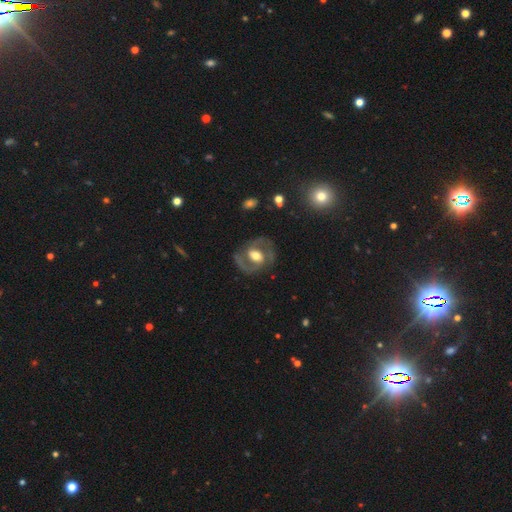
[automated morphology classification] This appears to be a featured or disk galaxy (79%) with a weak bar (44%), 2 (88%) medium (56%) spiral arms (83%) and a moderate central bulge (61%). Merging: none (77%).